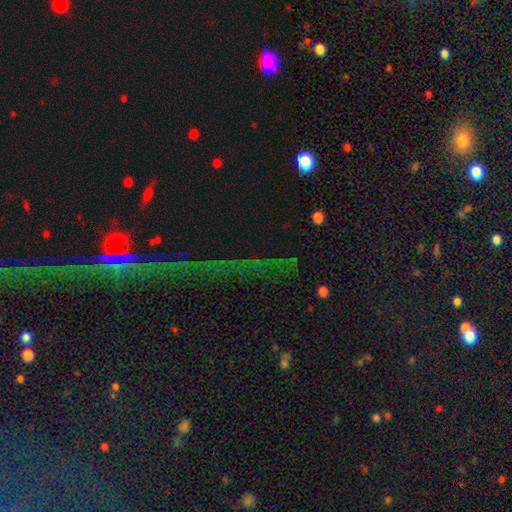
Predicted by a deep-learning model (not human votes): The model was most divided on "smooth or featured": star or artifact: 72%, smooth: 14%, featured or disk: 14%.